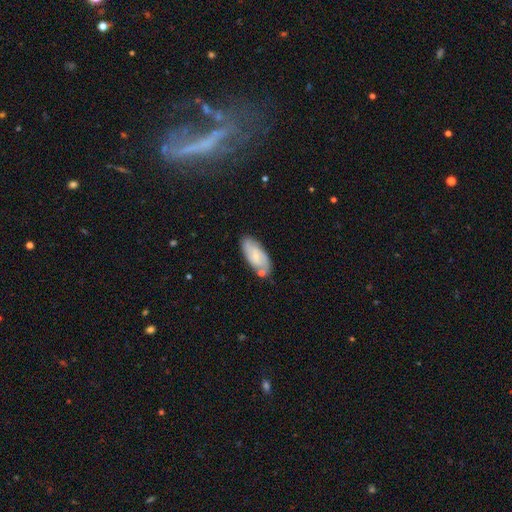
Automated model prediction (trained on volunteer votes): Q: Smooth or featured?
A: featured or disk (48%); runner-up: smooth (46%)
Q: Merging?
A: none (68%); runner-up: minor disturbance (19%)